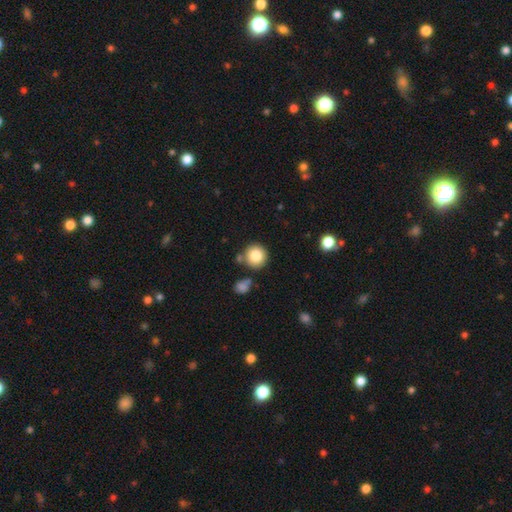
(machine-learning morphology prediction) Q: Smooth or featured?
A: smooth (84%); runner-up: star or artifact (9%)
Q: How rounded?
A: round (93%); runner-up: in between (6%)
Q: Merging?
A: none (78%); runner-up: minor disturbance (10%)